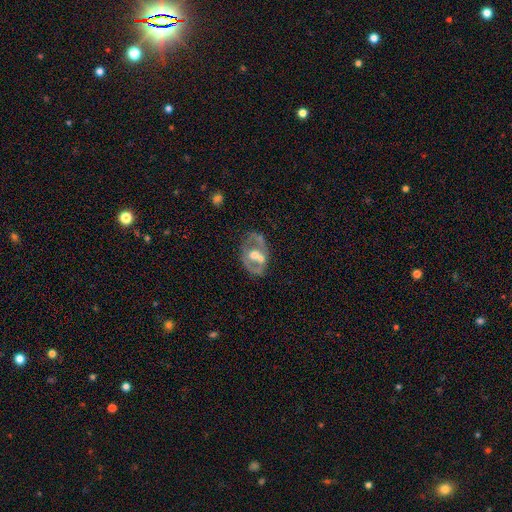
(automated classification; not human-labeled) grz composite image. It shows a featured or disk galaxy (65%) with no bar (74%), no spiral arms (75%) and a moderate central bulge (68%). Merging: none (49%).